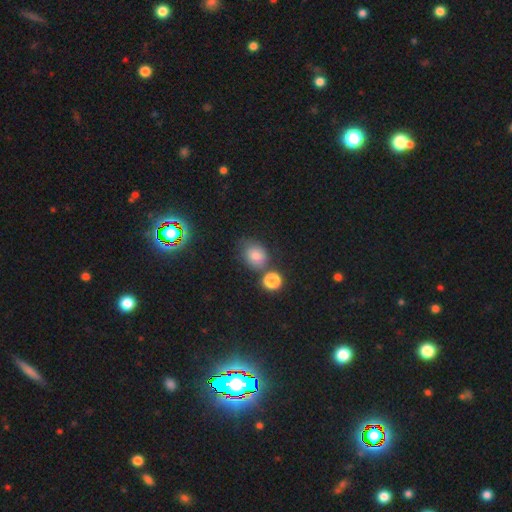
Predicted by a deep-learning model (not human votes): Smooth or featured?
  - smooth: 76% *
  - star or artifact: 16%
  - featured or disk: 9%
How rounded?
  - round: 59% *
  - in between: 40%
  - cigar-shaped: 1%
Merging?
  - none: 61% *
  - minor disturbance: 18%
  - merger: 15%
  - major disturbance: 6%